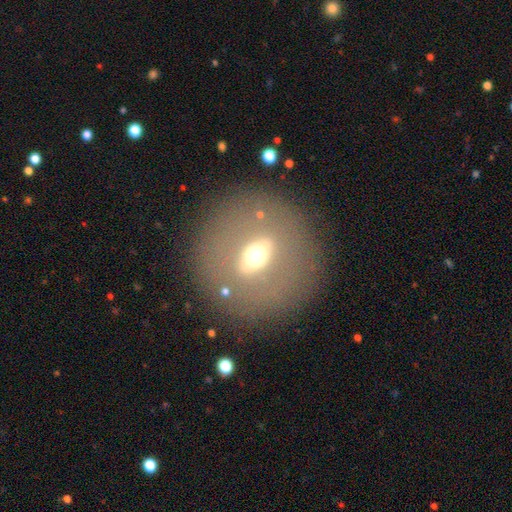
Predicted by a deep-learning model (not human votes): Q: Smooth or featured?
A: featured or disk (47%); runner-up: smooth (38%)
Q: Merging?
A: none (81%); runner-up: minor disturbance (10%)